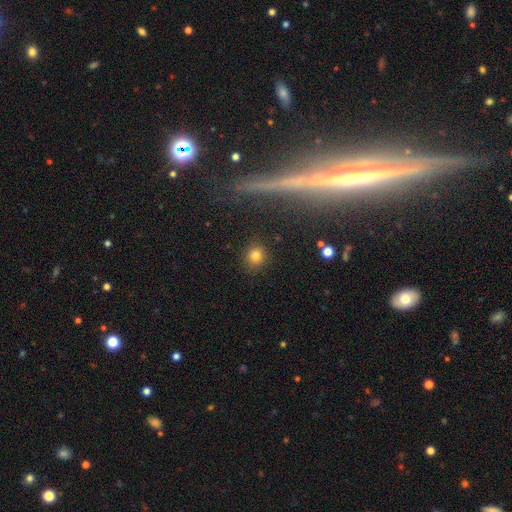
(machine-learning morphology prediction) Smooth or featured: smooth — 80% (star or artifact — 14%)
How rounded: round — 86% (in between — 12%)
Merging: none — 89% (minor disturbance — 7%)